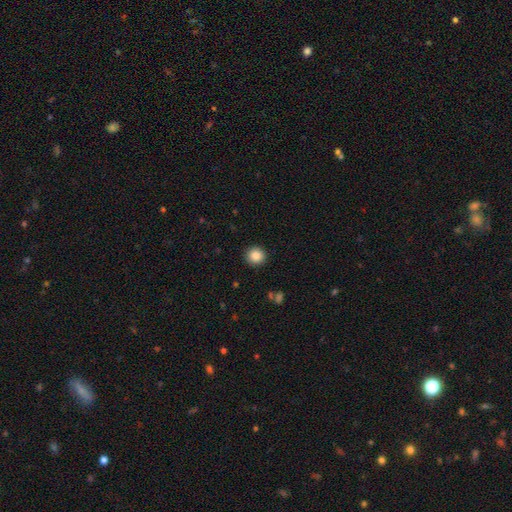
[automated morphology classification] Q: Smooth or featured?
A: smooth (87%); runner-up: star or artifact (9%)
Q: How rounded?
A: round (93%); runner-up: in between (6%)
Q: Merging?
A: none (92%); runner-up: minor disturbance (5%)